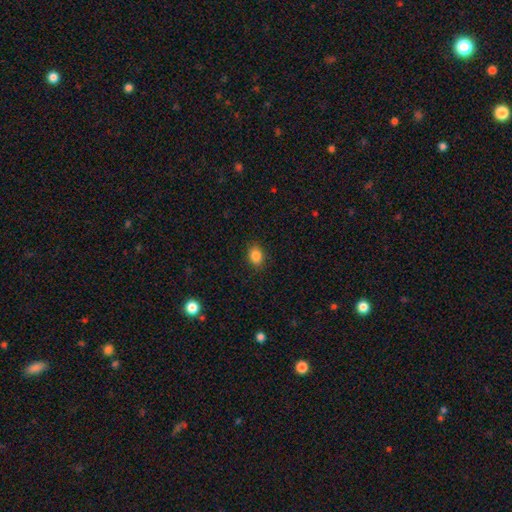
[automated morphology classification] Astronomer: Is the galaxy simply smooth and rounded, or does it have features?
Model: smooth — 86%.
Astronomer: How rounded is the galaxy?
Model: in between — 67%.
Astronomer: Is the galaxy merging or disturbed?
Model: none — 88%.